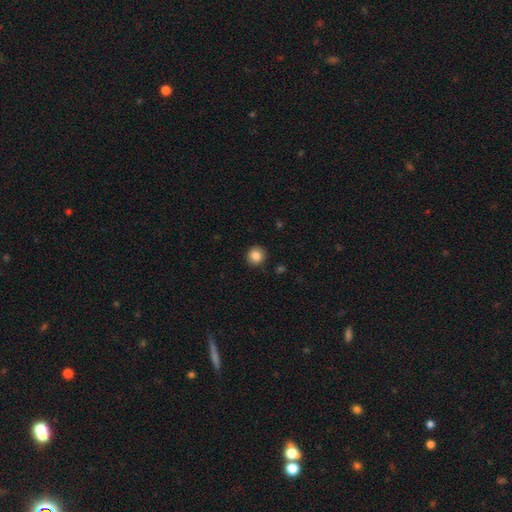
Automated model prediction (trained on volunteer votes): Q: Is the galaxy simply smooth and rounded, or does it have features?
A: smooth — 86%.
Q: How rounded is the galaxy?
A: round — 92%.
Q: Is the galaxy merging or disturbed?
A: none — 91%.